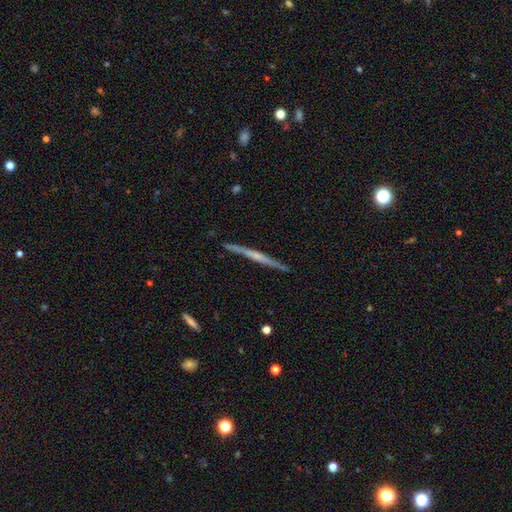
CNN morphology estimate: A featured or disk galaxy (69%) viewed edge-on (97%) with no central bulge (53%). Merging: none (89%).